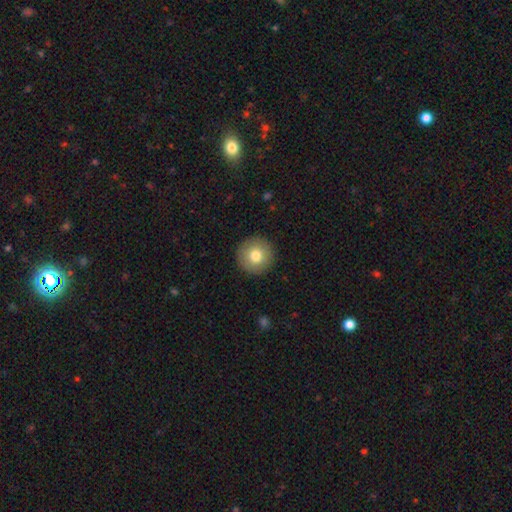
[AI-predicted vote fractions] Overall: smooth (78%). How rounded: round (96%). Merging: none (92%).